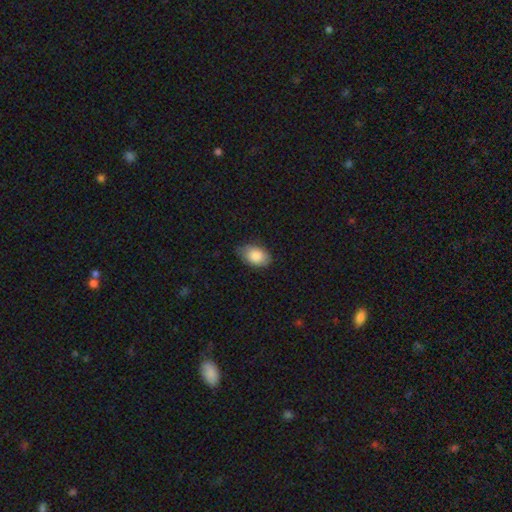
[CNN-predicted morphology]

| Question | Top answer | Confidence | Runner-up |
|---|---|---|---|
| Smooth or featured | smooth | 86% | featured or disk (7%) |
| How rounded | in between | 89% | round (10%) |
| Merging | none | 75% | minor disturbance (21%) |